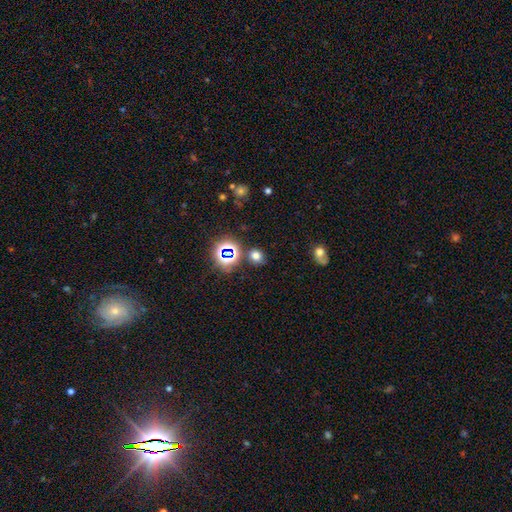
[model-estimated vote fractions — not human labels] smooth-or-featured: smooth: 65% | star or artifact: 28% | featured or disk: 7%
  how-rounded: round: 63% | in between: 36% | cigar-shaped: 1%
  merging: none: 79% | minor disturbance: 11% | merger: 6% | major disturbance: 4%